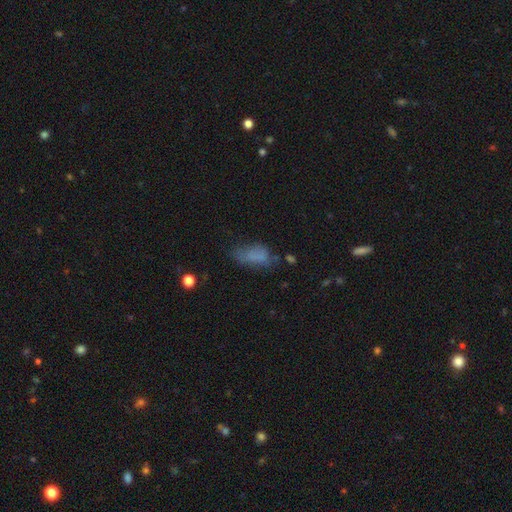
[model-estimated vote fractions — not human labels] Morphology: type=smooth (67%); roundness=in between (83%); merging=none (41%).